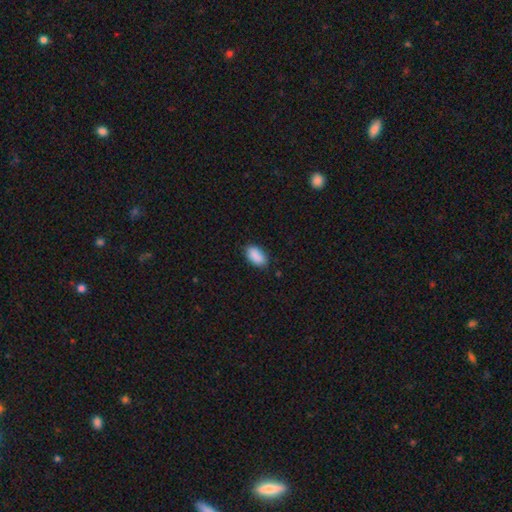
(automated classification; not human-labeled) Smooth or featured? smooth (90%)
How rounded? in between (93%)
Merging? none (82%)